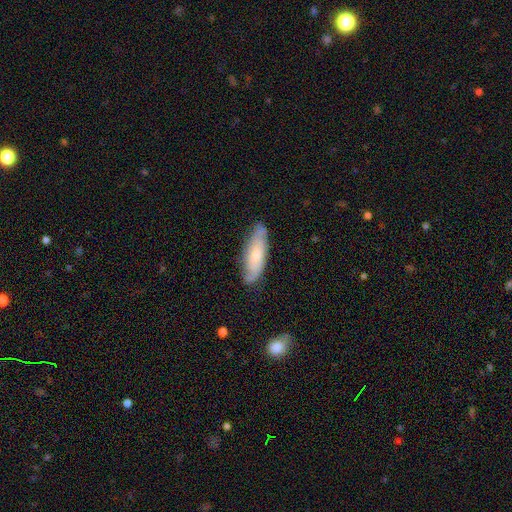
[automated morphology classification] Smooth or featured: smooth — 53% (featured or disk — 41%)
How rounded: in between — 55% (cigar-shaped — 44%)
Merging: none — 74% (minor disturbance — 20%)